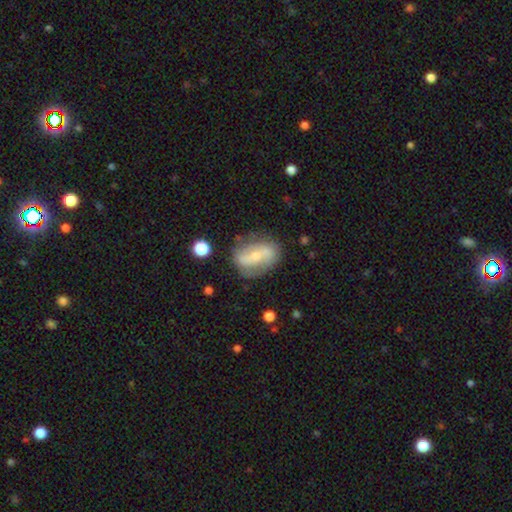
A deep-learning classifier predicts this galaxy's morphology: This is possibly a featured or disk galaxy (59%). It is clearly not viewed edge-on (90%). Bar: possibly strong (46%). Spiral arm pattern: possibly yes (56%). Central bulge: possibly small (56%). Merging: likely none (70%).